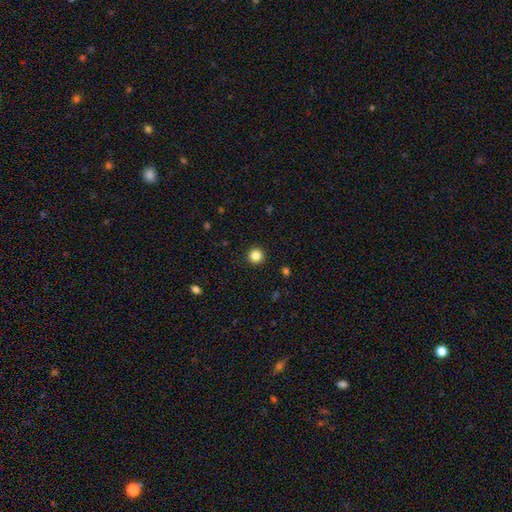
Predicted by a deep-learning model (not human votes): This appears to be a smooth galaxy with no disk features (84%) that is round (96%). Merging: none (93%).